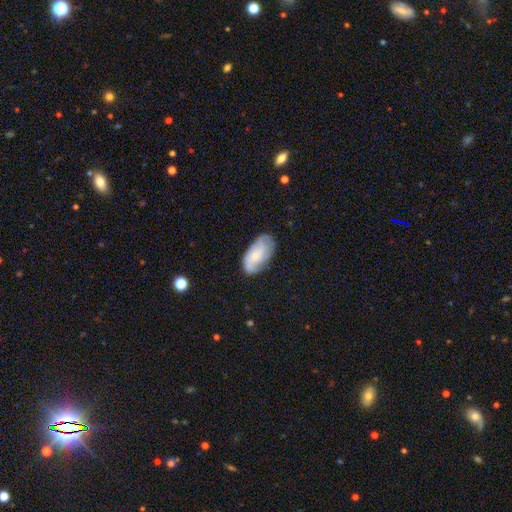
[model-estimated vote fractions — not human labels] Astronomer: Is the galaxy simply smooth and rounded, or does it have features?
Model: smooth — 52% (runner-up: featured or disk, 41%).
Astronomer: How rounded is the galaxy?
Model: in between — 93%.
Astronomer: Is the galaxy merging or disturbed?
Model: none — 66%.